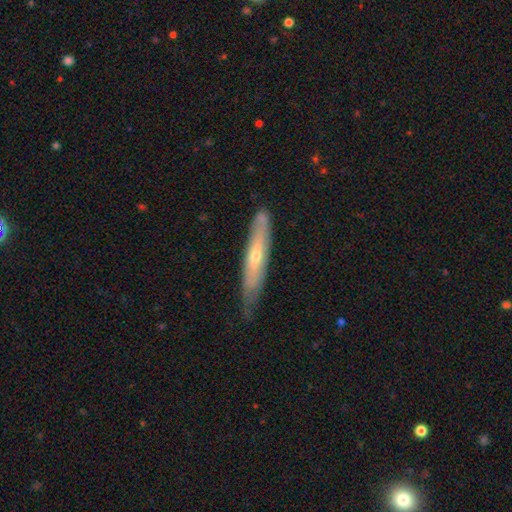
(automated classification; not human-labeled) Overall: featured or disk (54%; smooth 39%). Edge-on disk: yes (72%). Merging: none (69%).